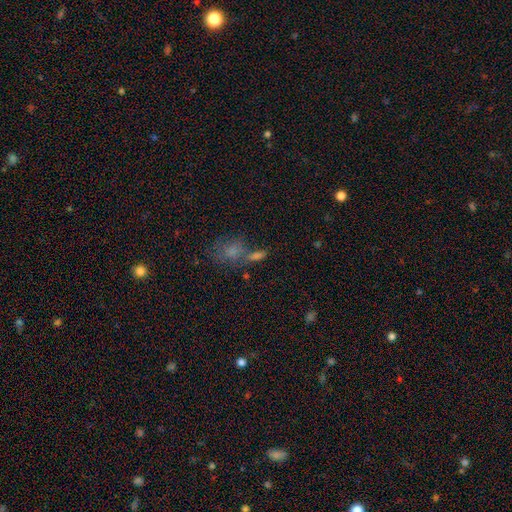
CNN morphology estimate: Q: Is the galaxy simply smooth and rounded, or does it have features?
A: smooth — 64%.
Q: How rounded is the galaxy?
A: in between — 65%.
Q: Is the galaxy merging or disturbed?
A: none — 45%.